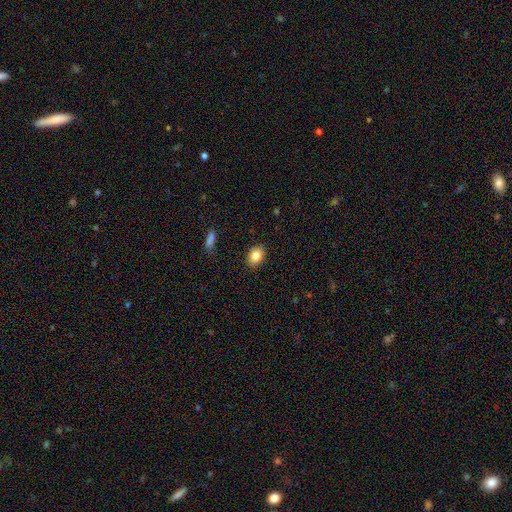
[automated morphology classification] This is clearly a smooth galaxy (82%). How rounded: likely in between (73%). Merging: clearly none (88%).